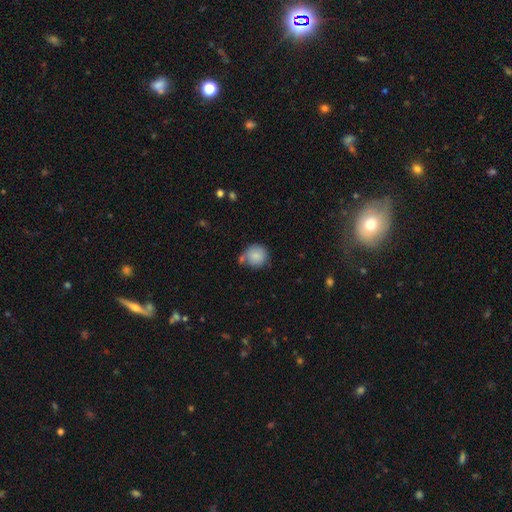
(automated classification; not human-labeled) Q: Smooth or featured?
A: smooth (85%); runner-up: star or artifact (8%)
Q: How rounded?
A: round (88%); runner-up: in between (11%)
Q: Merging?
A: none (61%); runner-up: minor disturbance (19%)